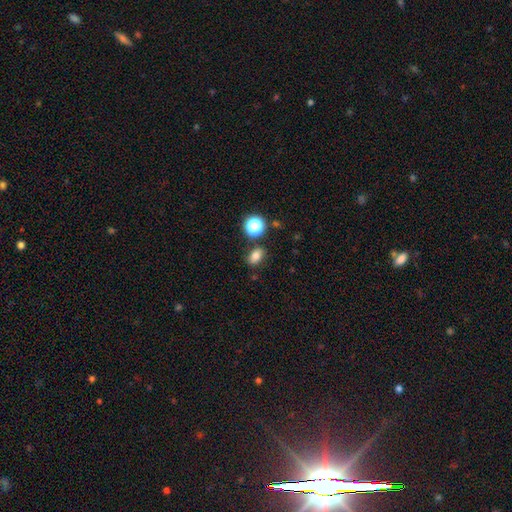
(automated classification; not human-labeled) Overall: smooth (75%). How rounded: in between (70%). Merging: none (79%).